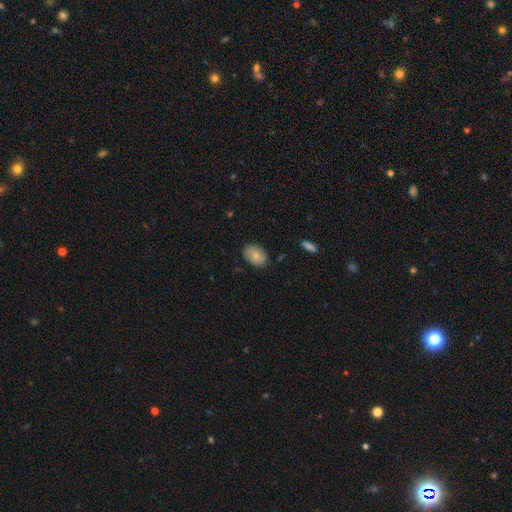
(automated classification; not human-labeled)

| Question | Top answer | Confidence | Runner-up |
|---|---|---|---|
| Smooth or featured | smooth | 83% | featured or disk (10%) |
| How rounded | in between | 83% | round (16%) |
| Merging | none | 82% | minor disturbance (14%) |